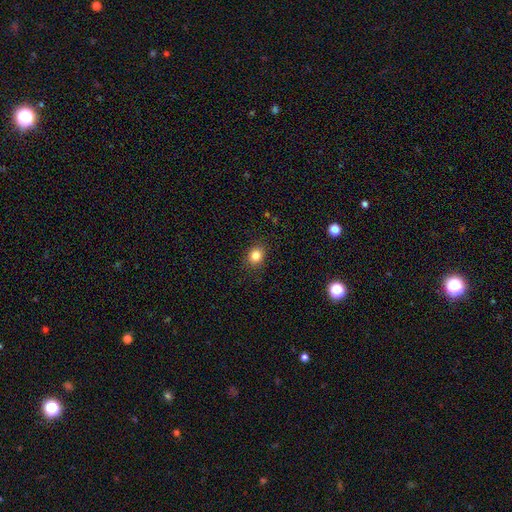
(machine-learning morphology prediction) Smooth or featured? Predicted: smooth (p=0.84). How rounded? Predicted: round (p=0.58). Merging? Predicted: none (p=0.87).